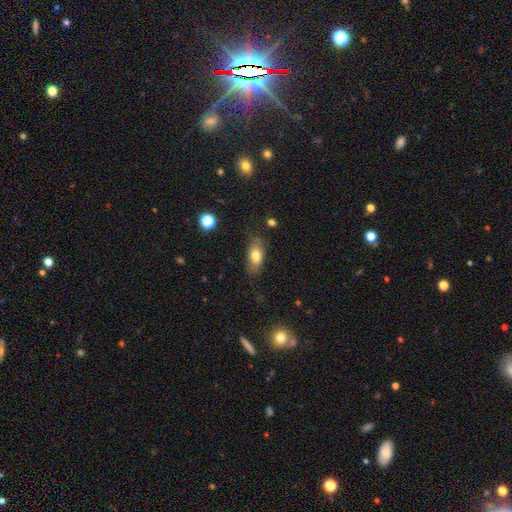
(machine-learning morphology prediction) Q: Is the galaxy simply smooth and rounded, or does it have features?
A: smooth — 75%.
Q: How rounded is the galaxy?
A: in between — 83%.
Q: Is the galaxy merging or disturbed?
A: none — 78%.